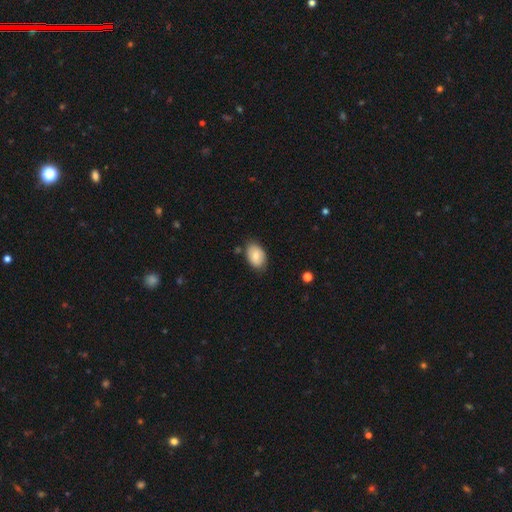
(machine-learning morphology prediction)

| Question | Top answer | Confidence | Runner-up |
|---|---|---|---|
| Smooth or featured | smooth | 81% | featured or disk (12%) |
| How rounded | in between | 89% | round (10%) |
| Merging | none | 77% | minor disturbance (18%) |